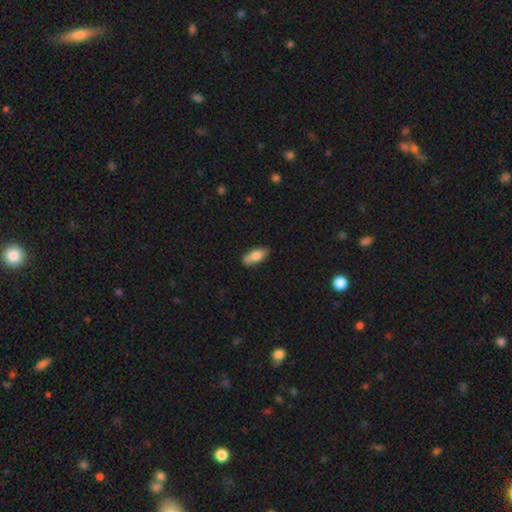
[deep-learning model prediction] smooth-or-featured: smooth: 79% | featured or disk: 15% | star or artifact: 7%
  how-rounded: in between: 82% | cigar-shaped: 15% | round: 3%
  merging: none: 77% | minor disturbance: 17% | merger: 3% | major disturbance: 3%